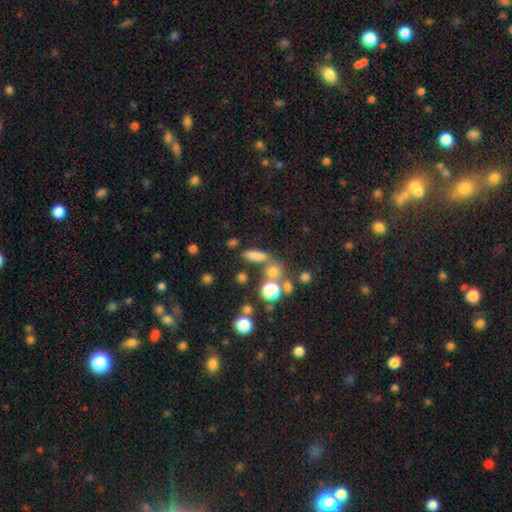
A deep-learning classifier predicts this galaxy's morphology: Smooth or featured?
  - smooth: 72% *
  - star or artifact: 17%
  - featured or disk: 10%
How rounded?
  - cigar-shaped: 42% *
  - in between: 38%
  - round: 20%
Merging?
  - none: 64% *
  - merger: 18%
  - minor disturbance: 12%
  - major disturbance: 6%